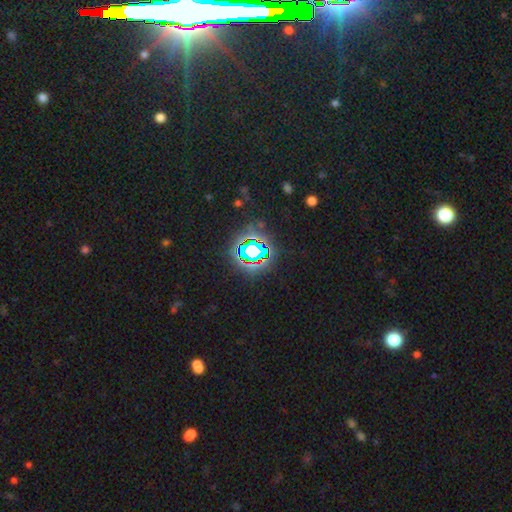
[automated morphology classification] This is likely a star or artifact rather than a galaxy (74%).